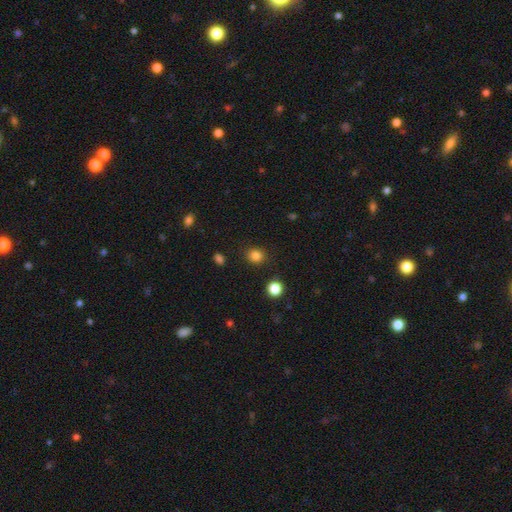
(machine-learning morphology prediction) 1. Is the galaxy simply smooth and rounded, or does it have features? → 83% smooth, 13% star or artifact, 4% featured or disk.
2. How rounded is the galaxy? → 81% round, 18% in between, 1% cigar-shaped.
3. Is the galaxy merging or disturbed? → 89% none, 7% minor disturbance, 3% major disturbance, 2% merger.